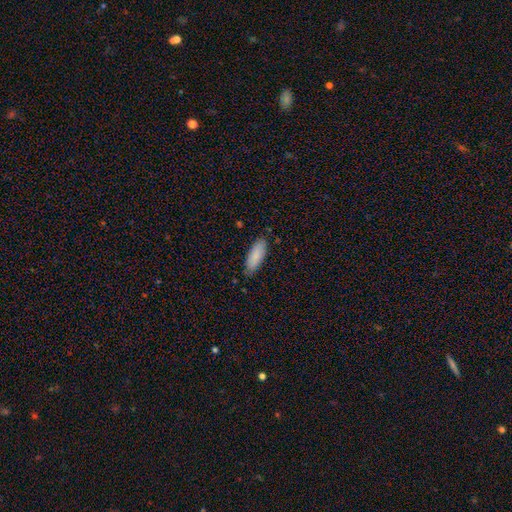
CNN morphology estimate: This is clearly a smooth galaxy (87%). How rounded: likely in between (70%). Merging: clearly none (81%).